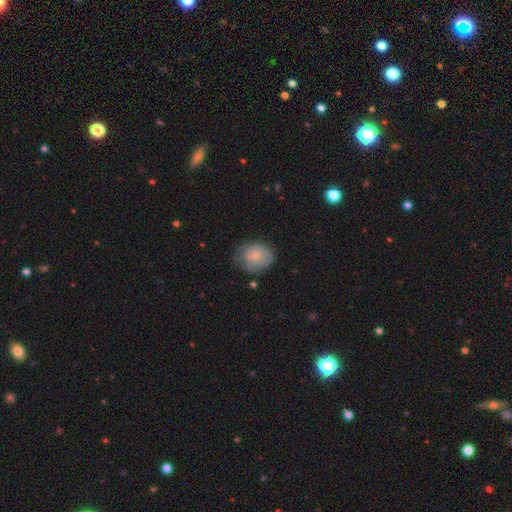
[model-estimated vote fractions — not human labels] smooth-or-featured: smooth: 72% | featured or disk: 20% | star or artifact: 8%
  how-rounded: round: 66% | in between: 33% | cigar-shaped: 1%
  merging: none: 60% | minor disturbance: 28% | major disturbance: 9% | merger: 3%